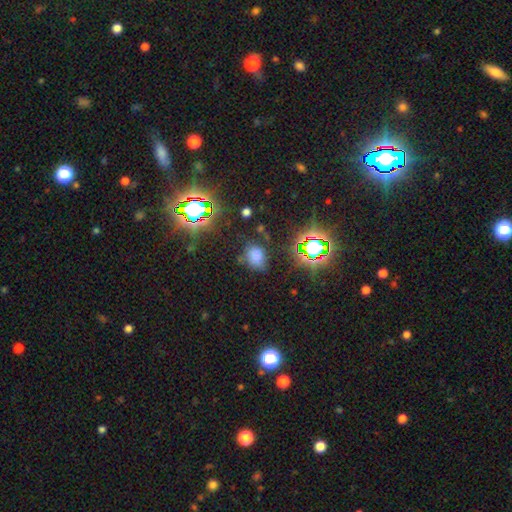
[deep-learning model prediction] A smooth galaxy with no disk features (63%) that is in between round and cigar-shaped (61%).

Vote fractions:
- Smooth or featured? smooth: 63% / star or artifact: 28% / featured or disk: 9%
- How rounded? in between: 61% / round: 38% / cigar-shaped: 2%
- Merging? none: 63% / minor disturbance: 23% / major disturbance: 9% / merger: 5%